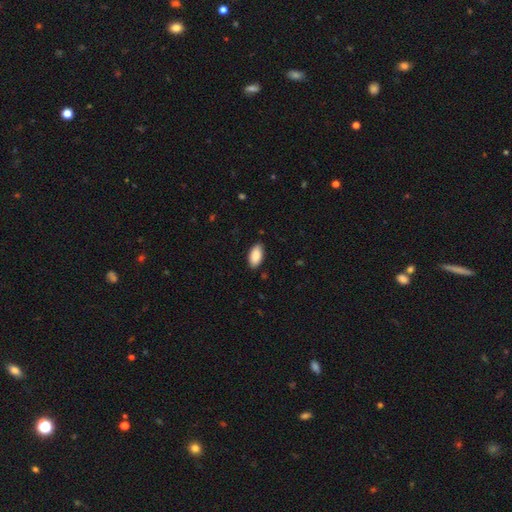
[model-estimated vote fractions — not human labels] Smooth or featured? Predicted: smooth (p=0.89). How rounded? Predicted: in between (p=0.94). Merging? Predicted: none (p=0.87).